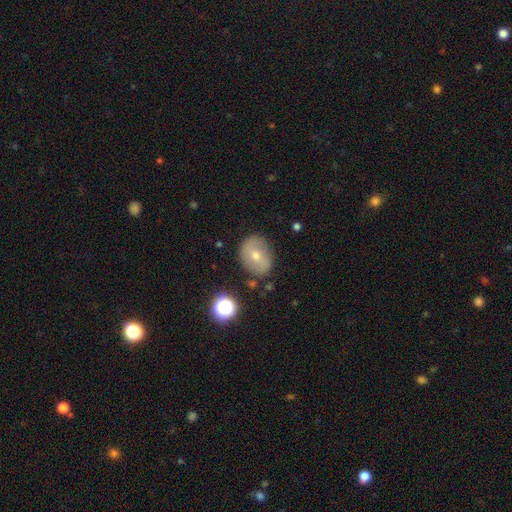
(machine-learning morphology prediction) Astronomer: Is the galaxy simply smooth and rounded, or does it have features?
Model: featured or disk — 45% (runner-up: smooth, 43%).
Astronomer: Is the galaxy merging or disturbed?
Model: none — 79%.